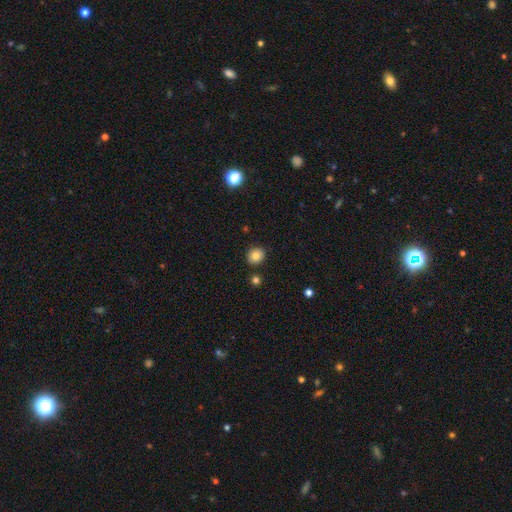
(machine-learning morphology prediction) A smooth galaxy with no disk features (83%) that is round (79%).

Vote fractions:
- Smooth or featured? smooth: 83% / star or artifact: 10% / featured or disk: 7%
- How rounded? round: 79% / in between: 20% / cigar-shaped: 1%
- Merging? none: 88% / minor disturbance: 7% / merger: 3% / major disturbance: 2%